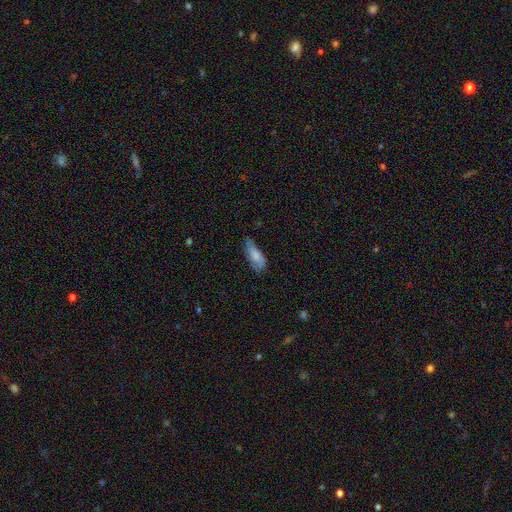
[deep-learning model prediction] smooth 76%, featured or disk 18%, star or artifact 6%. Down the decision tree: how rounded — in between (73%); merging — none (53%).